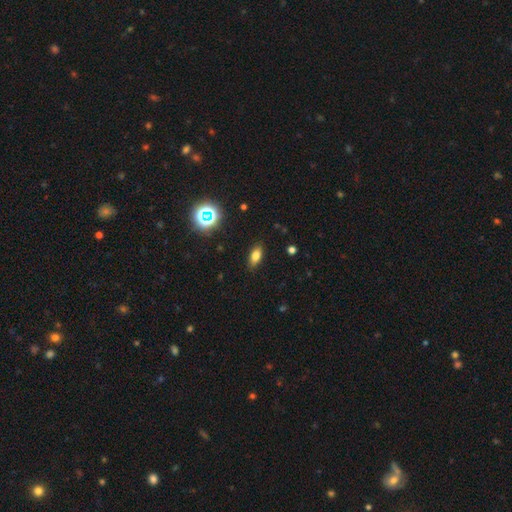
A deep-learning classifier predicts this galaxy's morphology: smooth_or_featured: smooth (p=0.75) [alt: star or artifact p=0.15]
how_rounded: in between (p=0.83) [alt: cigar-shaped p=0.11]
merging: none (p=0.87) [alt: minor disturbance p=0.09]